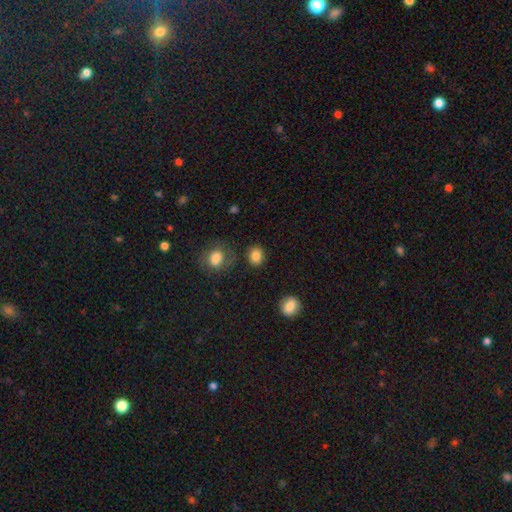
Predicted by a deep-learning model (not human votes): This appears to be a smooth galaxy with no disk features (85%) that is round (67%). Merging: none (81%).